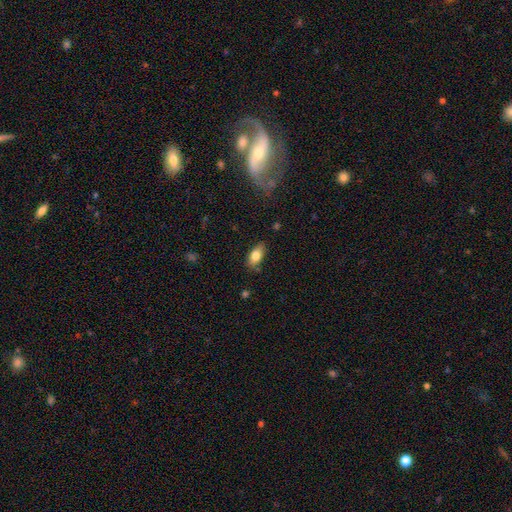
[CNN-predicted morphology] Smooth or featured? Predicted: smooth (p=0.79). How rounded? Predicted: in between (p=0.88). Merging? Predicted: none (p=0.78).